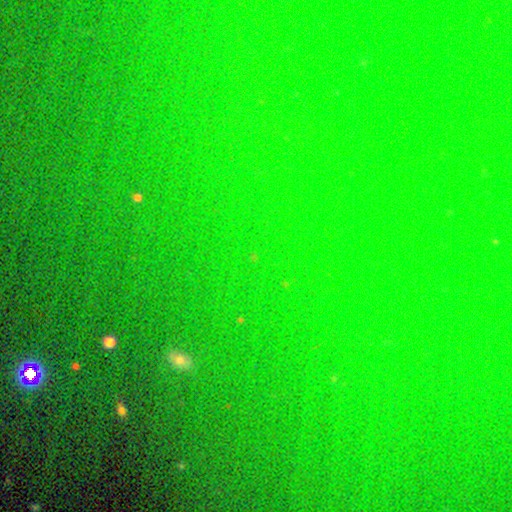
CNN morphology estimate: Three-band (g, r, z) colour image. It shows a star or artifact, not a galaxy (77%).